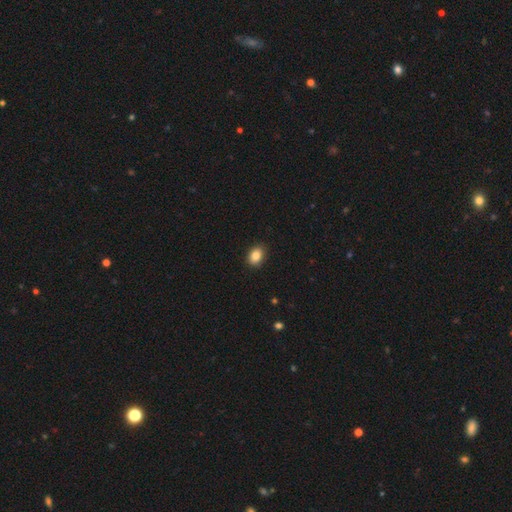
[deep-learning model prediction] Smooth or featured?
  - smooth: 86% *
  - star or artifact: 9%
  - featured or disk: 5%
How rounded?
  - in between: 67% *
  - round: 32%
  - cigar-shaped: 1%
Merging?
  - none: 89% *
  - minor disturbance: 8%
  - major disturbance: 2%
  - merger: 1%